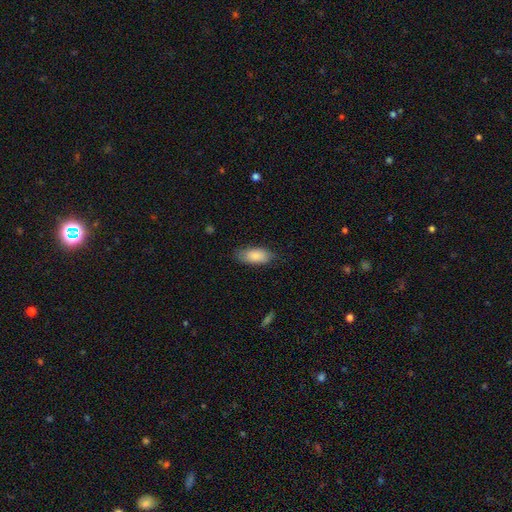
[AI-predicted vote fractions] smooth 86%, featured or disk 8%, star or artifact 6%. Down the decision tree: how rounded — in between (88%); merging — none (79%).